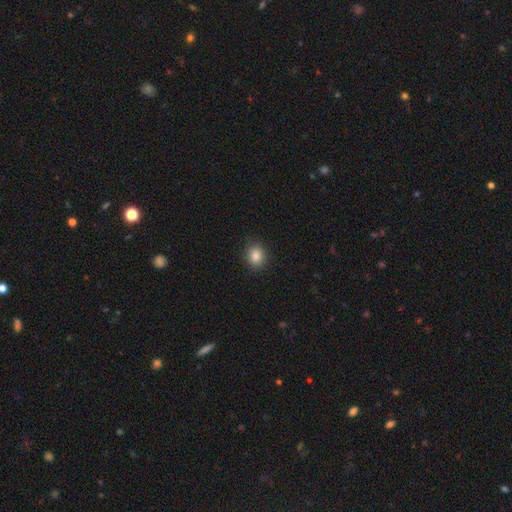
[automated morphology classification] Q: Smooth or featured?
A: smooth (85%); runner-up: star or artifact (10%)
Q: How rounded?
A: round (71%); runner-up: in between (28%)
Q: Merging?
A: none (88%); runner-up: minor disturbance (9%)